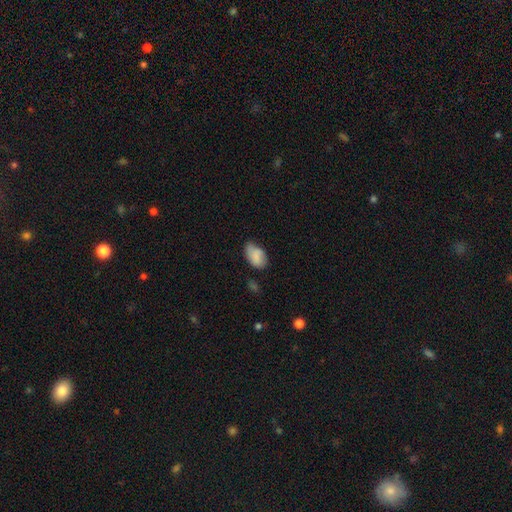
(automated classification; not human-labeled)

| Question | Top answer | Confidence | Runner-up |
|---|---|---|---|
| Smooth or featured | smooth | 78% | featured or disk (14%) |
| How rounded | in between | 89% | round (9%) |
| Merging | none | 48% | minor disturbance (39%) |